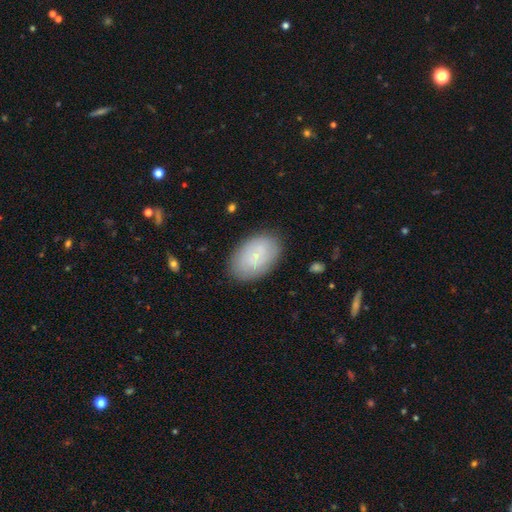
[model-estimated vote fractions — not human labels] The model was most divided on "smooth or featured": smooth: 57%, featured or disk: 35%, star or artifact: 8%. More confident: how rounded — in between (89%); merging — none (83%).